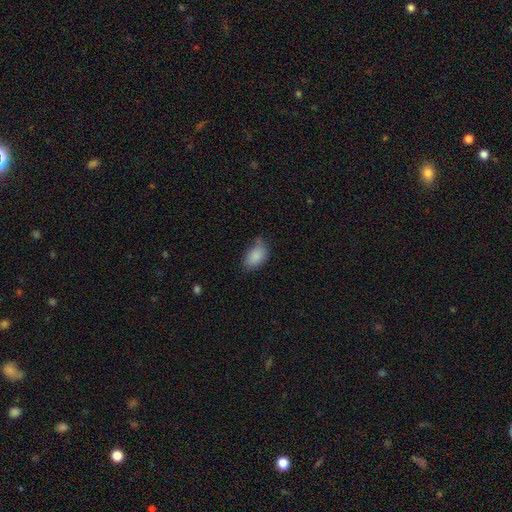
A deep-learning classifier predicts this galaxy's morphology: Smooth or featured? Predicted: smooth (p=0.86). How rounded? Predicted: in between (p=0.91). Merging? Predicted: none (p=0.60).